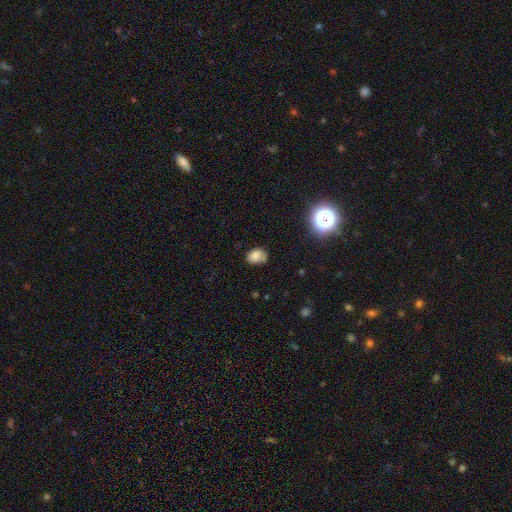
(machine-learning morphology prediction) A smooth galaxy with no disk features (76%) that is in between round and cigar-shaped (64%).

Vote fractions:
- Smooth or featured? smooth: 76% / star or artifact: 13% / featured or disk: 11%
- How rounded? in between: 64% / round: 35% / cigar-shaped: 1%
- Merging? none: 60% / minor disturbance: 30% / major disturbance: 7% / merger: 3%